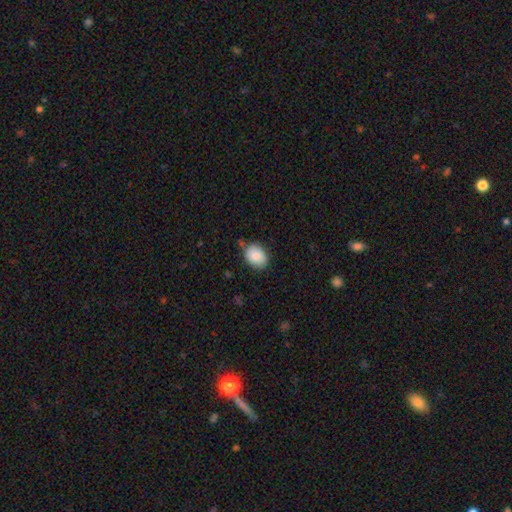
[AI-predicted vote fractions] This appears to be a smooth galaxy with no disk features (84%) that is in between round and cigar-shaped (61%). Merging: none (77%).